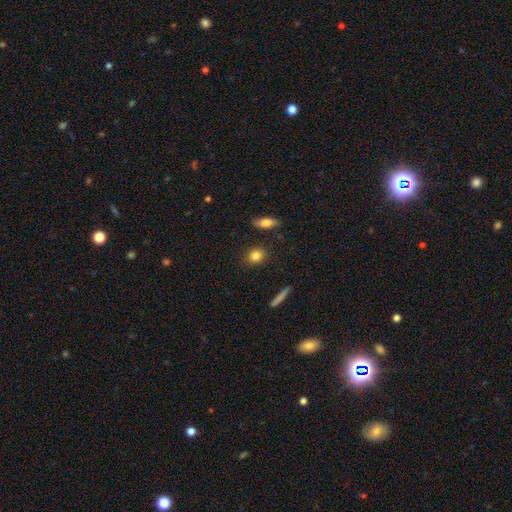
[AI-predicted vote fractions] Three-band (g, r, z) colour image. It shows a smooth galaxy with no disk features (84%) that is round (66%). Merging: none (88%).